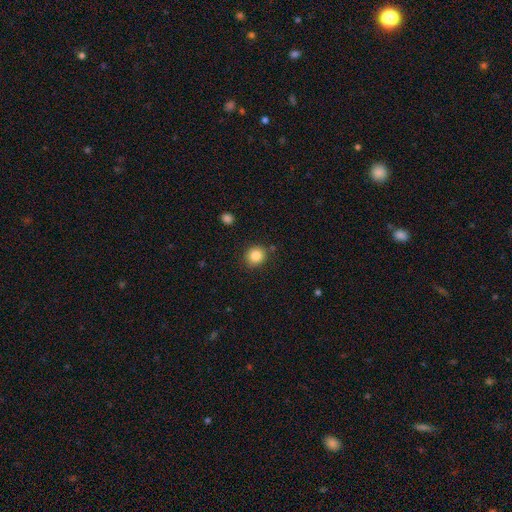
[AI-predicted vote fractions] Smooth or featured?
  - smooth: 85% *
  - star or artifact: 10%
  - featured or disk: 5%
How rounded?
  - round: 86% *
  - in between: 13%
  - cigar-shaped: 1%
Merging?
  - none: 84% *
  - minor disturbance: 10%
  - merger: 3%
  - major disturbance: 3%